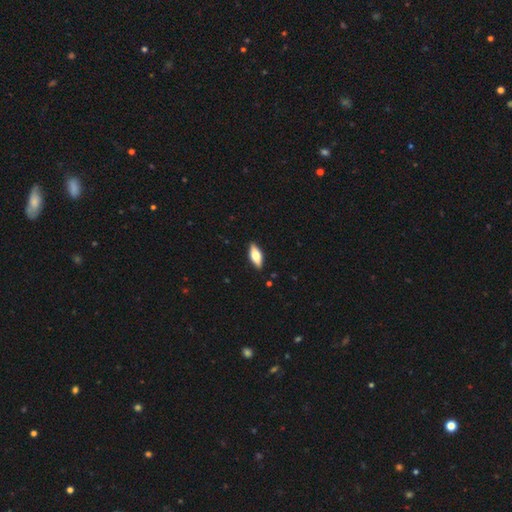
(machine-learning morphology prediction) A smooth galaxy with no disk features (58%) that is in between round and cigar-shaped (73%).

Vote fractions:
- Smooth or featured? smooth: 58% / featured or disk: 36% / star or artifact: 6%
- How rounded? in between: 73% / cigar-shaped: 25% / round: 3%
- Merging? none: 89% / minor disturbance: 9% / major disturbance: 2% / merger: 1%